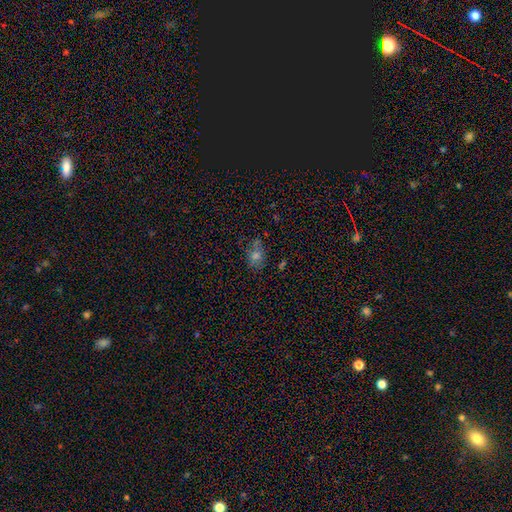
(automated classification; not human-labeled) Smooth or featured?
  - smooth: 55% *
  - star or artifact: 27%
  - featured or disk: 19%
How rounded?
  - in between: 60% *
  - round: 37%
  - cigar-shaped: 3%
Merging?
  - none: 66% *
  - minor disturbance: 21%
  - major disturbance: 7%
  - merger: 6%